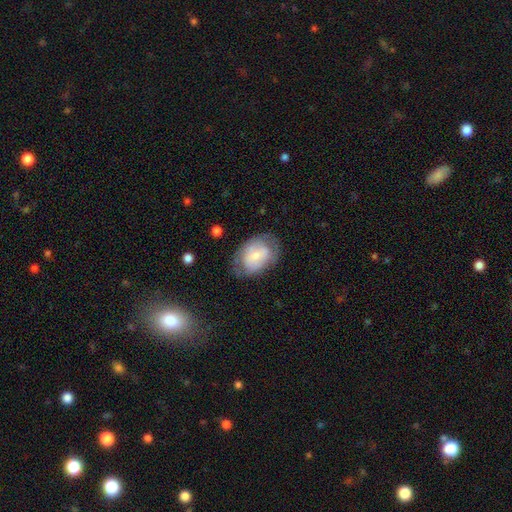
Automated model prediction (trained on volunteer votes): smooth 57%, featured or disk 36%, star or artifact 7%. Down the decision tree: how rounded — in between (80%); merging — none (62%).